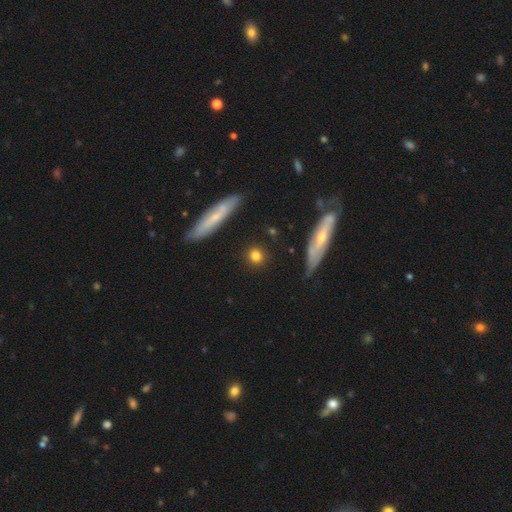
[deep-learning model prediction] A smooth galaxy with no disk features (80%) that is round (82%). Merging: none (86%).